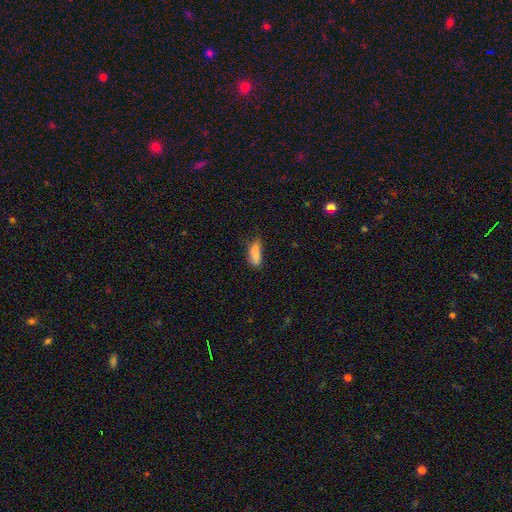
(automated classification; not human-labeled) This appears to be a smooth galaxy with no disk features (82%) that is in between round and cigar-shaped (68%). Merging: none (48%).